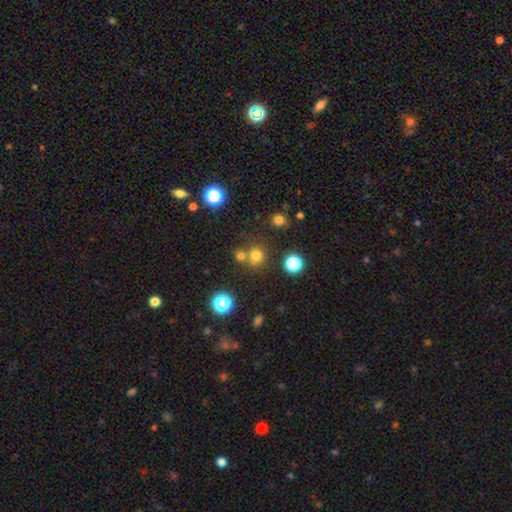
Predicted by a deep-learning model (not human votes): Morphology: type=smooth (71%); roundness=round (88%); merging=none (62%).